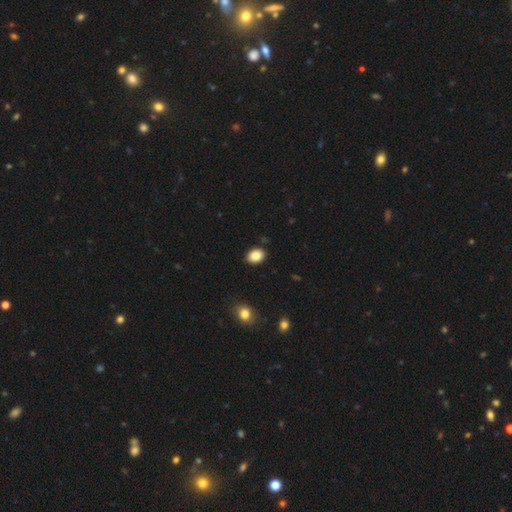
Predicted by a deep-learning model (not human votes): The model was most divided on "how rounded": in between: 71%, round: 28%, cigar-shaped: 1%. More confident: merging — none (89%); smooth or featured — smooth (86%).